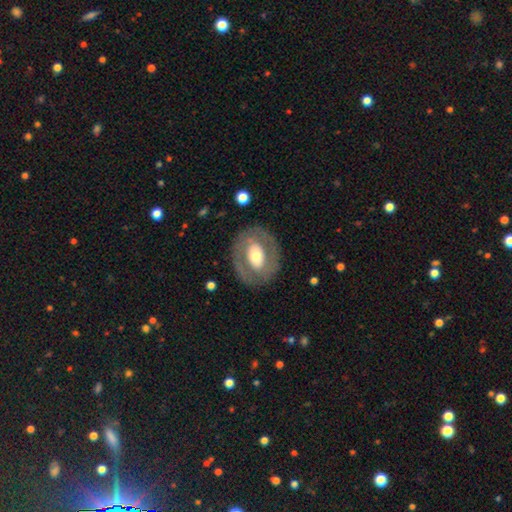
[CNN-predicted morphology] A featured or disk galaxy (55%) with no bar (58%), no spiral arms (76%) and a moderate central bulge (54%).

Vote fractions:
- Smooth or featured? featured or disk: 55% / smooth: 39% / star or artifact: 6%
- Edge-on disk? no: 94% / yes: 6%
- Bar? no: 58% / weak: 24% / strong: 18%
- Spiral arms? no: 76% / yes: 24%
- Bulge size? moderate: 54% / large: 26% / small: 16% / dominant: 3% / none: 1%
- Merging? none: 81% / minor disturbance: 11% / major disturbance: 7% / merger: 1%